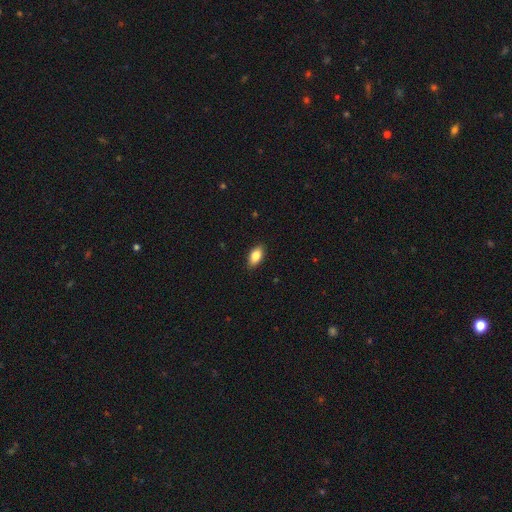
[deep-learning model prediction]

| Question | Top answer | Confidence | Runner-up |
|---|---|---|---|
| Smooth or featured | smooth | 84% | featured or disk (9%) |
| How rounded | in between | 90% | cigar-shaped (5%) |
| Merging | none | 87% | minor disturbance (10%) |